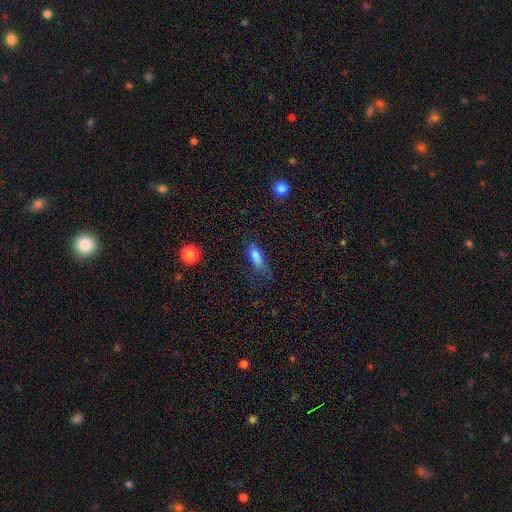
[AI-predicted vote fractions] Q: Smooth or featured?
A: smooth (80%); runner-up: star or artifact (11%)
Q: How rounded?
A: in between (71%); runner-up: cigar-shaped (24%)
Q: Merging?
A: none (54%); runner-up: minor disturbance (29%)